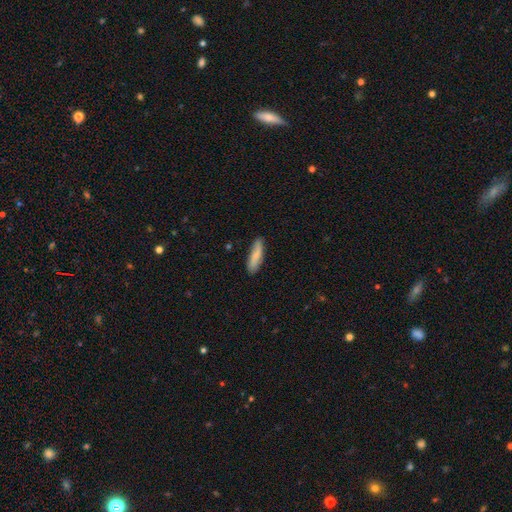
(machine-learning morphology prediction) Smooth or featured? Predicted: smooth (p=0.79). How rounded? Predicted: cigar-shaped (p=0.65). Merging? Predicted: none (p=0.79).